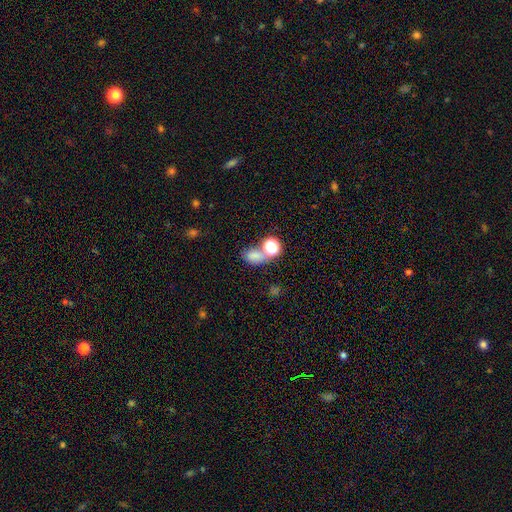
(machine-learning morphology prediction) smooth-or-featured: smooth: 67% | star or artifact: 24% | featured or disk: 9%
  how-rounded: in between: 64% | round: 35% | cigar-shaped: 2%
  merging: none: 45% | merger: 36% | minor disturbance: 12% | major disturbance: 7%